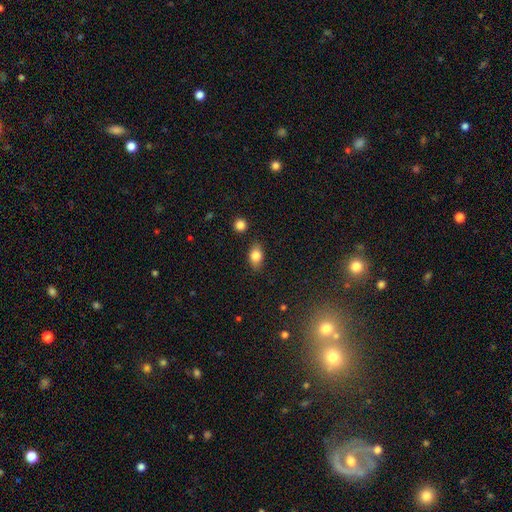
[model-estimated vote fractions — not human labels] This is clearly a smooth galaxy (81%). How rounded: clearly in between (83%). Merging: clearly none (83%).